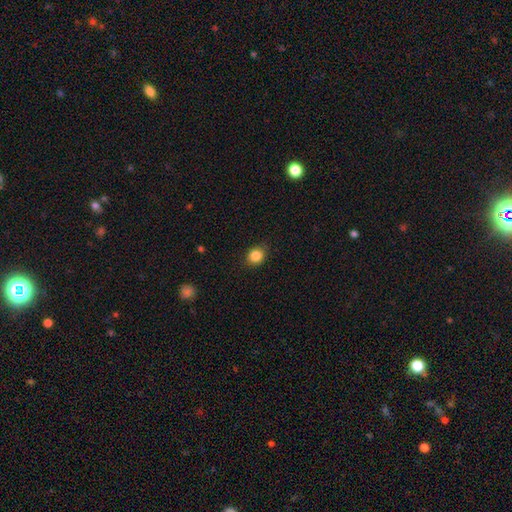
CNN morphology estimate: The model was most divided on "how rounded": round: 74%, in between: 25%, cigar-shaped: 1%. More confident: smooth or featured — smooth (86%); merging — none (85%).